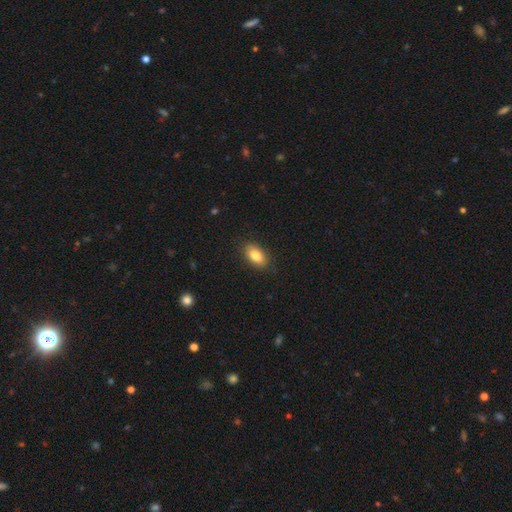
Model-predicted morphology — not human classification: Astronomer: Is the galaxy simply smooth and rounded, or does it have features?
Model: smooth — 82%.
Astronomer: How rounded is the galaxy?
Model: in between — 90%.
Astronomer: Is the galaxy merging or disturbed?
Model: none — 86%.